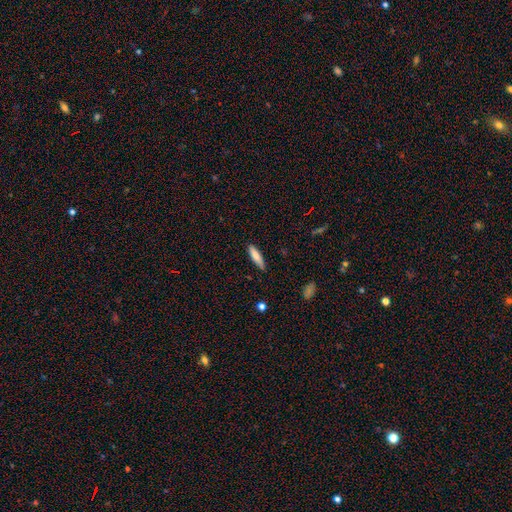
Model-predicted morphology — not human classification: Smooth or featured? Predicted: smooth (p=0.78). How rounded? Predicted: cigar-shaped (p=0.73). Merging? Predicted: none (p=0.84).